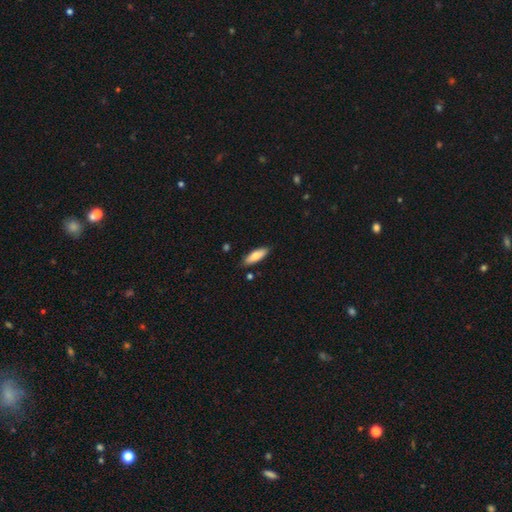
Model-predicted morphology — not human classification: smooth 75%, featured or disk 19%, star or artifact 6%. Down the decision tree: how rounded — in between (58%); merging — none (86%).